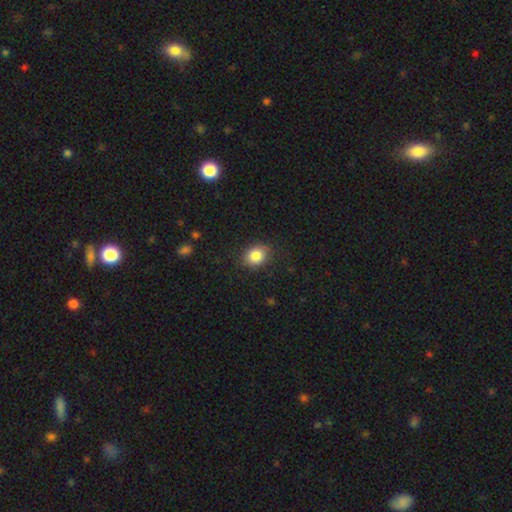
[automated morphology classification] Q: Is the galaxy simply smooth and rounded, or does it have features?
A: smooth — 85%.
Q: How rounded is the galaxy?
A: round — 53%.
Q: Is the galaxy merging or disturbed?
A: none — 82%.